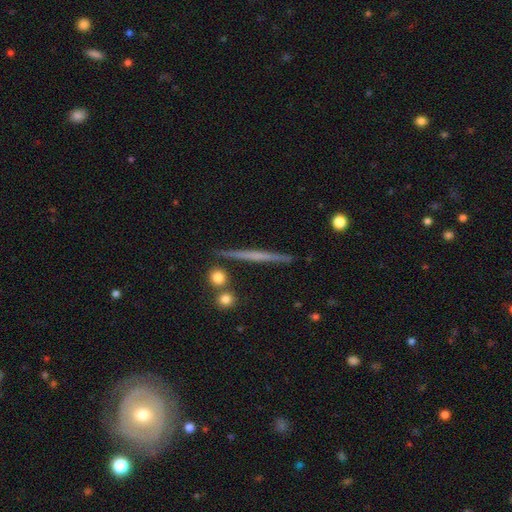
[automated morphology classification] Q: Smooth or featured?
A: featured or disk (62%); runner-up: smooth (31%)
Q: Edge-on disk?
A: yes (97%); runner-up: no (3%)
Q: Edge-on bulge?
A: none (75%); runner-up: rounded (19%)
Q: Merging?
A: none (89%); runner-up: minor disturbance (6%)